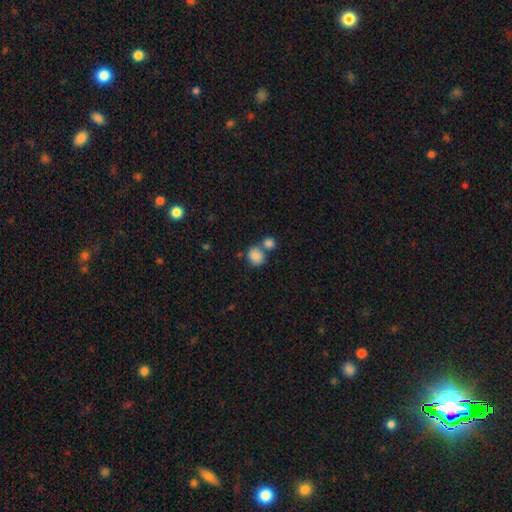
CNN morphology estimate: smooth-or-featured: smooth: 85% | star or artifact: 9% | featured or disk: 6%
  how-rounded: round: 64% | in between: 35% | cigar-shaped: 1%
  merging: none: 44% | merger: 42% | minor disturbance: 10% | major disturbance: 4%